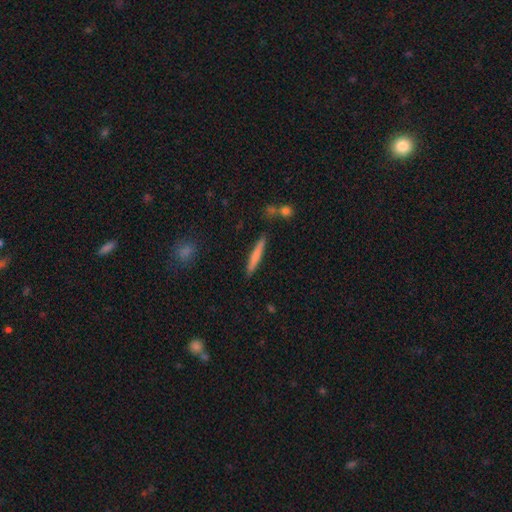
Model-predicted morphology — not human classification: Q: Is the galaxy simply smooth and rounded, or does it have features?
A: smooth — 70%.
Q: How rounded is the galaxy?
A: cigar-shaped — 95%.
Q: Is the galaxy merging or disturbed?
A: none — 88%.